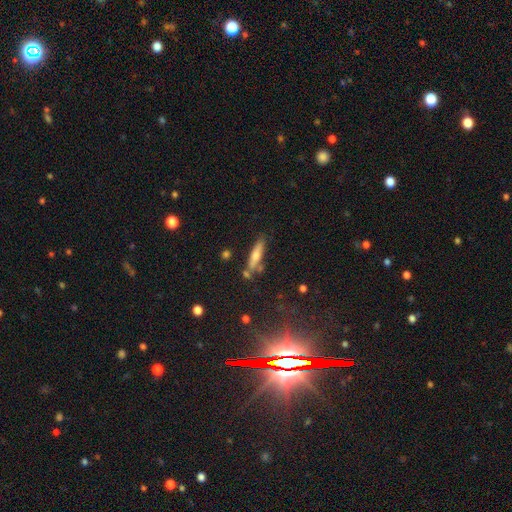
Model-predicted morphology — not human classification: Overall: smooth (44%; featured or disk 38%). Merging: none (72%).